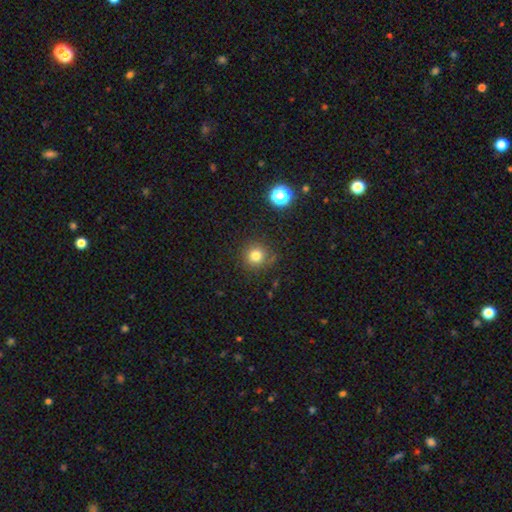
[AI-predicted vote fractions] smooth-or-featured: smooth: 79% | star or artifact: 14% | featured or disk: 7%
  how-rounded: round: 93% | in between: 6% | cigar-shaped: 1%
  merging: none: 84% | minor disturbance: 11% | major disturbance: 4% | merger: 2%